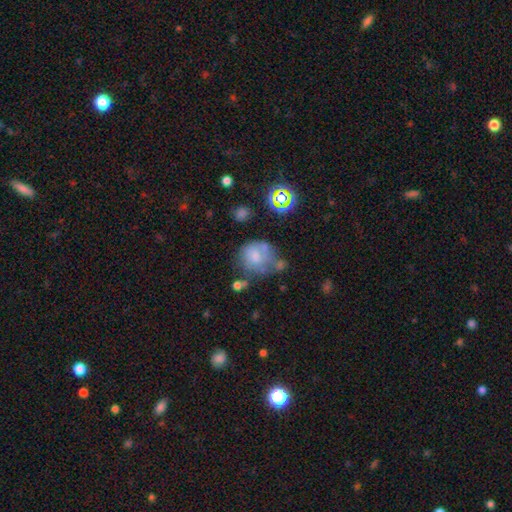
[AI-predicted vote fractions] Smooth or featured?
  - smooth: 53% *
  - featured or disk: 32%
  - star or artifact: 15%
How rounded?
  - round: 73% *
  - in between: 26%
  - cigar-shaped: 1%
Merging?
  - none: 34% *
  - minor disturbance: 26%
  - major disturbance: 24%
  - merger: 17%